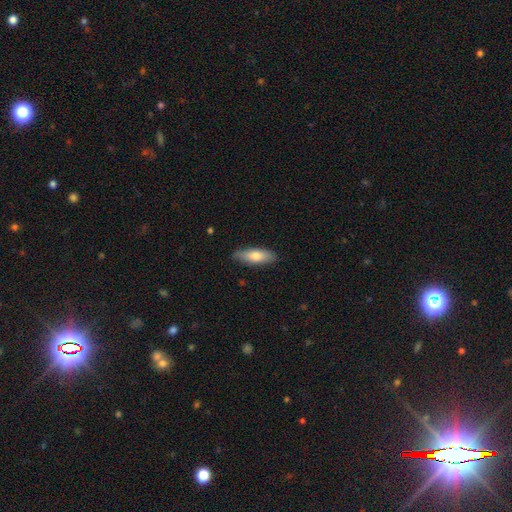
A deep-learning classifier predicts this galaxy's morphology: This is likely a smooth galaxy (72%). How rounded: possibly in between (55%). Merging: clearly none (85%).